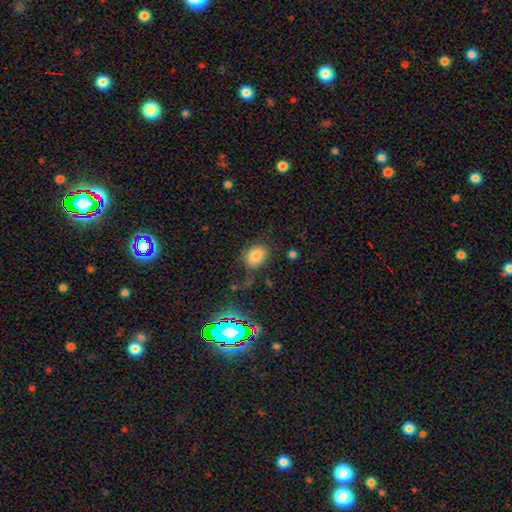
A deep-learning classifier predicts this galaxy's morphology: Overall: smooth (78%). How rounded: in between (66%; round 33%). Merging: none (73%).